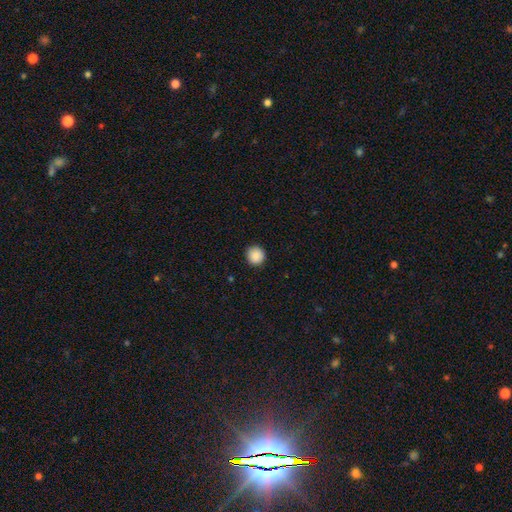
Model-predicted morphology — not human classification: The model was most divided on "smooth or featured": smooth: 89%, star or artifact: 8%, featured or disk: 3%. More confident: how rounded — round (95%); merging — none (91%).